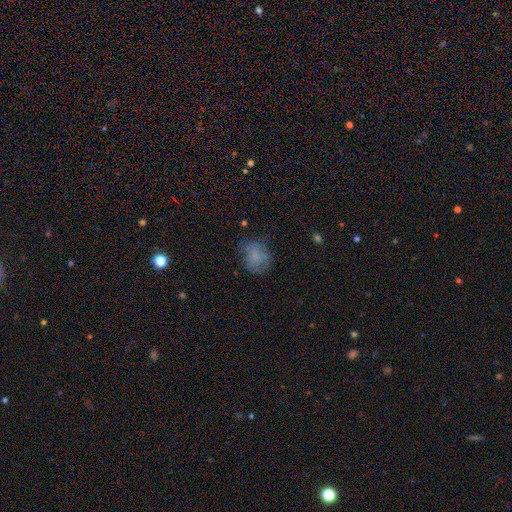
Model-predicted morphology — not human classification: The model was most divided on "merging": none: 60%, minor disturbance: 26%, major disturbance: 13%, merger: 2%. More confident: how rounded — round (71%); smooth or featured — smooth (67%).